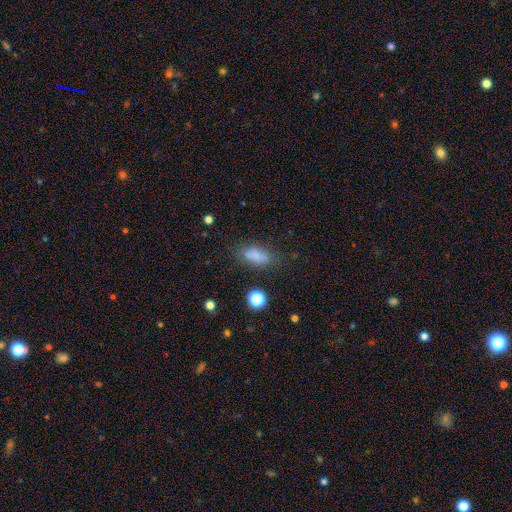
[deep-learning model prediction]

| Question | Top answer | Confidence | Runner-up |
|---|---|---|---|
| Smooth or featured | smooth | 80% | star or artifact (12%) |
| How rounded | in between | 79% | cigar-shaped (15%) |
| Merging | none | 72% | minor disturbance (18%) |